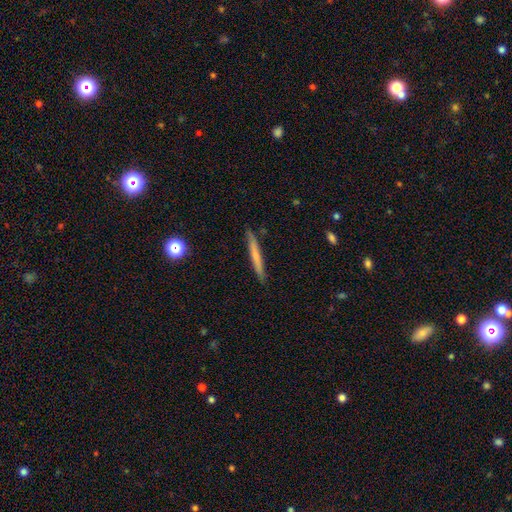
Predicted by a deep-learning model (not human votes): A smooth galaxy with no disk features (59%) that is cigar-shaped (96%). Merging: none (90%).